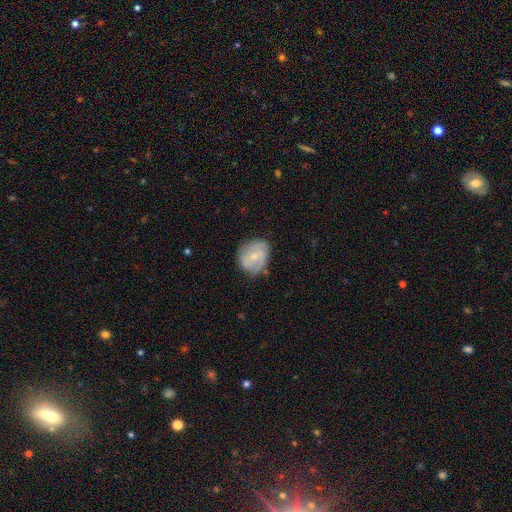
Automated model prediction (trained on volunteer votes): smooth_or_featured: featured or disk (p=0.62) [alt: smooth p=0.32]
disk_edge_on: no (p=0.97) [alt: yes p=0.03]
bar: no (p=0.51) [alt: weak p=0.39]
has_spiral_arms: yes (p=0.84) [alt: no p=0.16]
spiral_winding: medium (p=0.42) [alt: tight p=0.41]
spiral_arm_count: 2 (p=0.51) [alt: can't tell p=0.22]
bulge_size: small (p=0.57) [alt: moderate p=0.39]
merging: none (p=0.68) [alt: minor disturbance p=0.24]